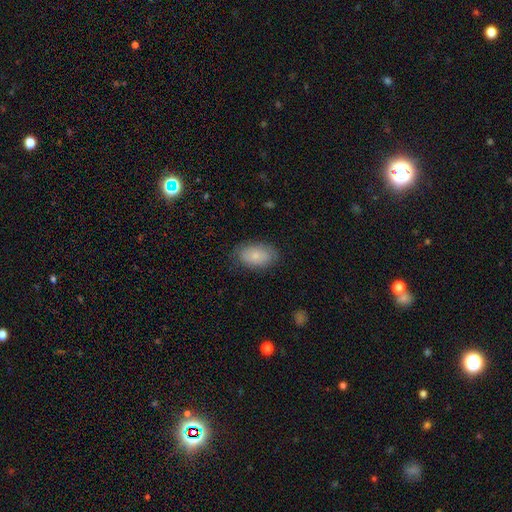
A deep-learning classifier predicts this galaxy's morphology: A smooth galaxy with no disk features (78%) that is in between round and cigar-shaped (89%).

Vote fractions:
- Smooth or featured? smooth: 78% / featured or disk: 15% / star or artifact: 7%
- How rounded? in between: 89% / round: 10% / cigar-shaped: 1%
- Merging? none: 79% / minor disturbance: 16% / major disturbance: 4% / merger: 1%